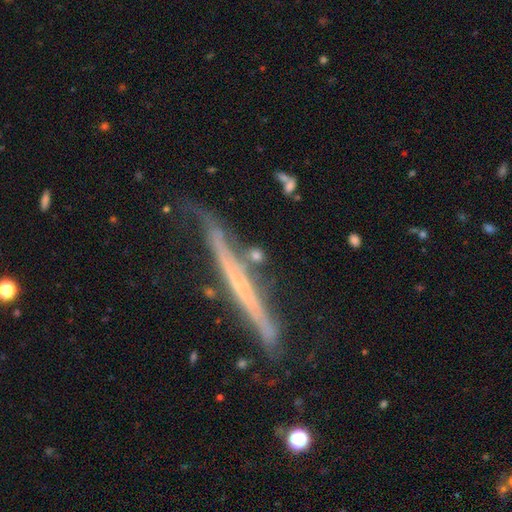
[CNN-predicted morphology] Smooth or featured? Predicted: smooth (p=0.53). How rounded? Predicted: round (p=0.57). Merging? Predicted: none (p=0.70).